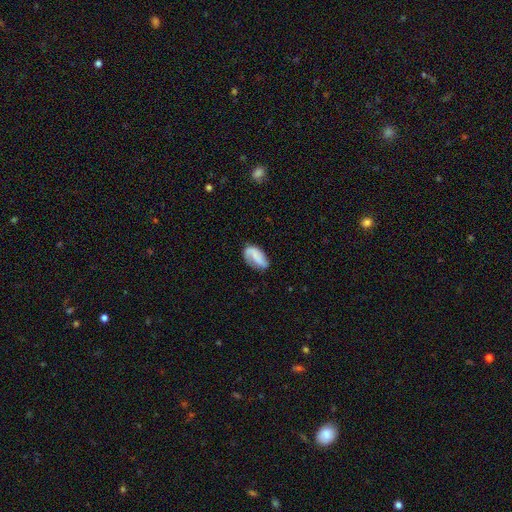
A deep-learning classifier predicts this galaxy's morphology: This is possibly a featured or disk galaxy (49%). Merging: possibly none (56%).